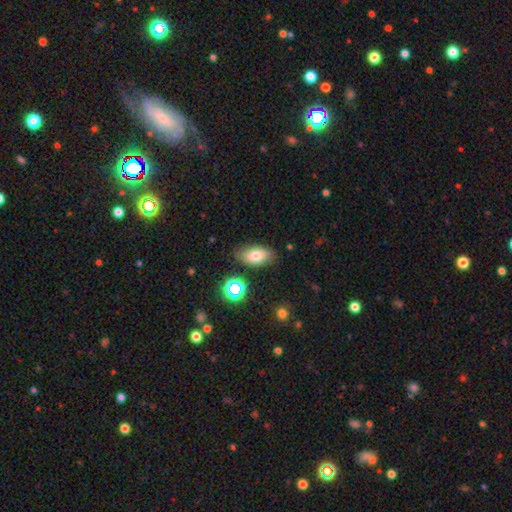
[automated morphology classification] type=smooth (72%); roundness=in between (89%); merging=none (80%).